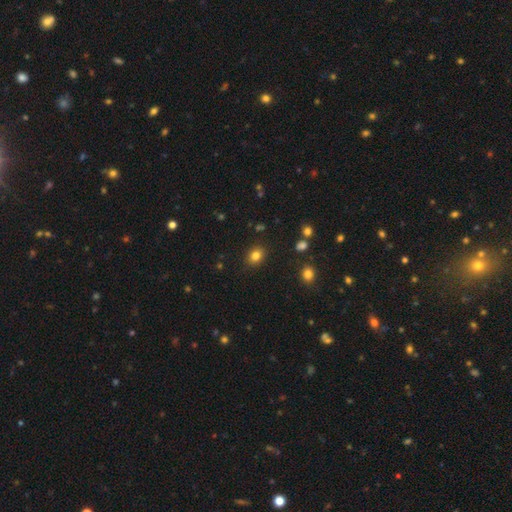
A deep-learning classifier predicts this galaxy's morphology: smooth 82%, star or artifact 12%, featured or disk 6%. Down the decision tree: how rounded — round (53%); merging — none (87%).